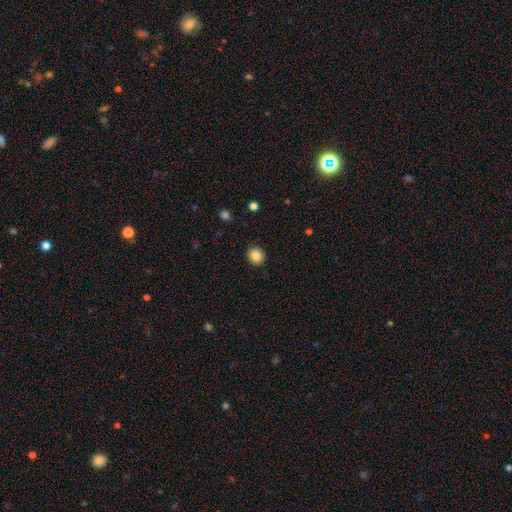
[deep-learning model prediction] smooth_or_featured: smooth (p=0.85) [alt: star or artifact p=0.10]
how_rounded: round (p=0.87) [alt: in between p=0.12]
merging: none (p=0.91) [alt: minor disturbance p=0.06]